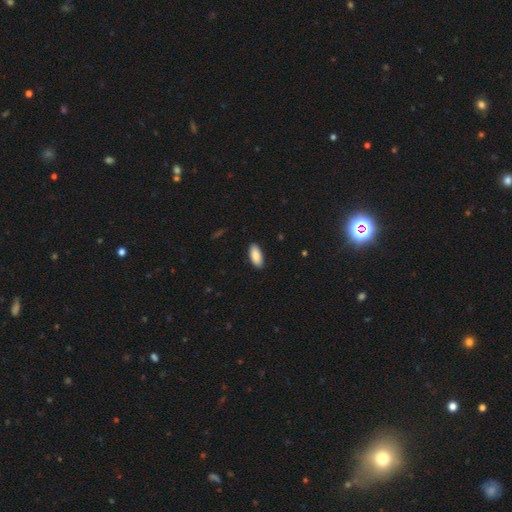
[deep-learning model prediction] The model was most divided on "how rounded": in between: 89%, cigar-shaped: 10%, round: 2%. More confident: merging — none (89%); smooth or featured — smooth (88%).